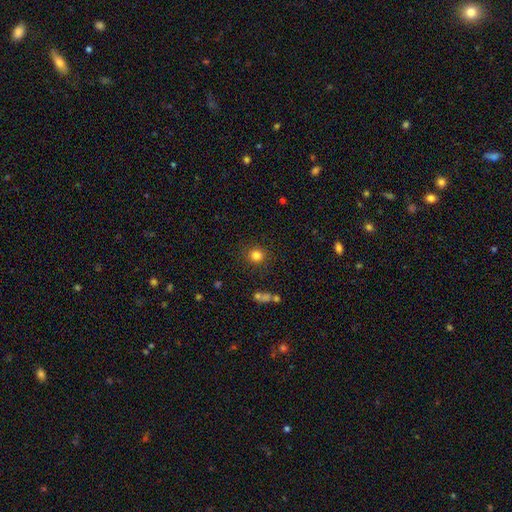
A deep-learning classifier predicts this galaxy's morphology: Smooth or featured: smooth — 82% (star or artifact — 13%)
How rounded: round — 91% (in between — 8%)
Merging: none — 87% (minor disturbance — 8%)